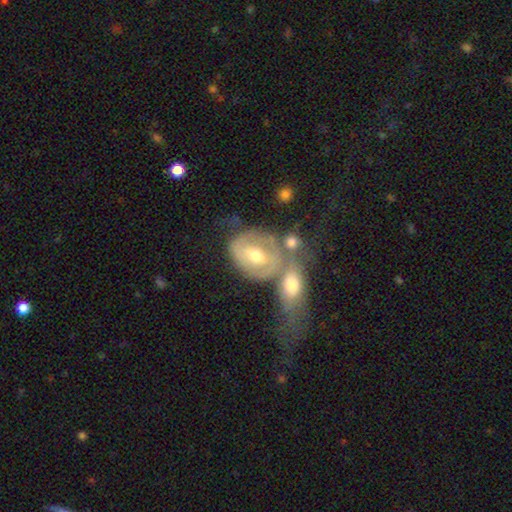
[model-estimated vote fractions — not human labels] The model was most divided on "bar": weak: 41%, no: 40%, strong: 19%. Remaining: edge-on disk — no (95%); bulge size — moderate (68%); spiral arms — yes (66%); smooth or featured — featured or disk (63%); merging — merger (44%).